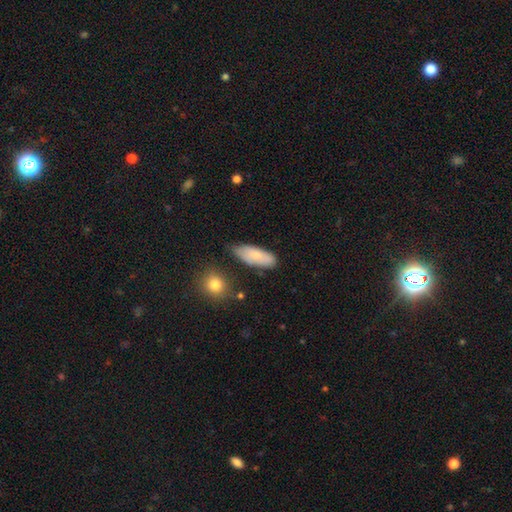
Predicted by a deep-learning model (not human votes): Morphology: type=smooth (77%); roundness=in between (79%); merging=none (65%).